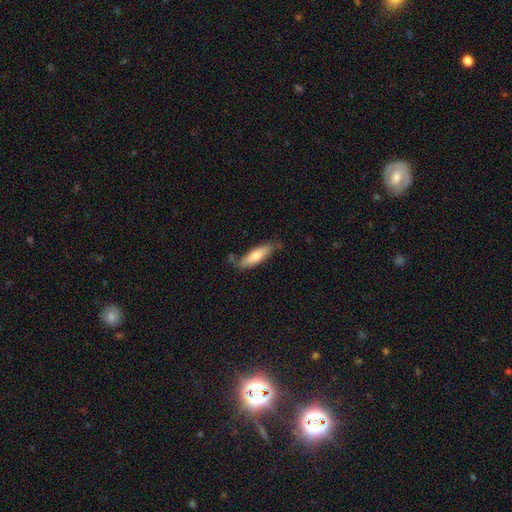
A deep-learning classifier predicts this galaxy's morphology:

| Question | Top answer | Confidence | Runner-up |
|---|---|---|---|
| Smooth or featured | smooth | 70% | featured or disk (25%) |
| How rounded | cigar-shaped | 55% | in between (43%) |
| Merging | none | 68% | minor disturbance (22%) |